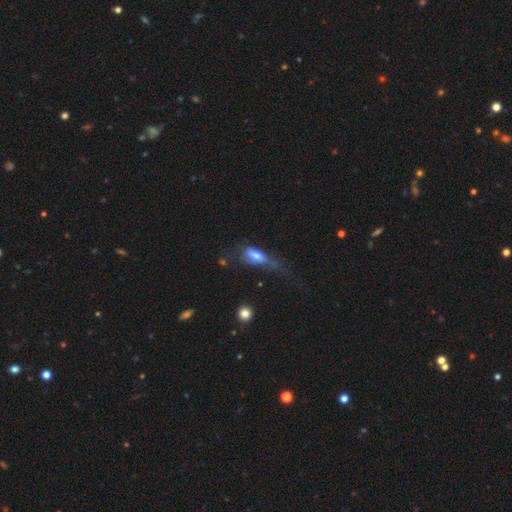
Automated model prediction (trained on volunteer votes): Q: Smooth or featured?
A: smooth (66%); runner-up: featured or disk (25%)
Q: How rounded?
A: in between (74%); runner-up: cigar-shaped (19%)
Q: Merging?
A: major disturbance (43%); runner-up: minor disturbance (27%)